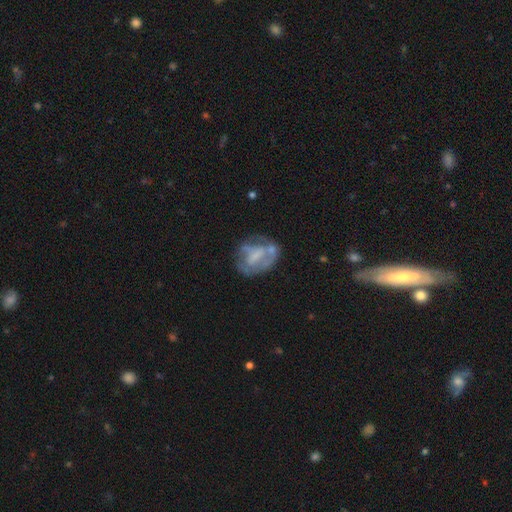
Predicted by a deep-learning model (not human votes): Smooth or featured? Predicted: featured or disk (p=0.59). Edge-on disk? Predicted: no (p=0.97). Bar? Predicted: no (p=0.44). Spiral arms? Predicted: no (p=0.60). Bulge size? Predicted: none (p=0.47). Merging? Predicted: none (p=0.44).